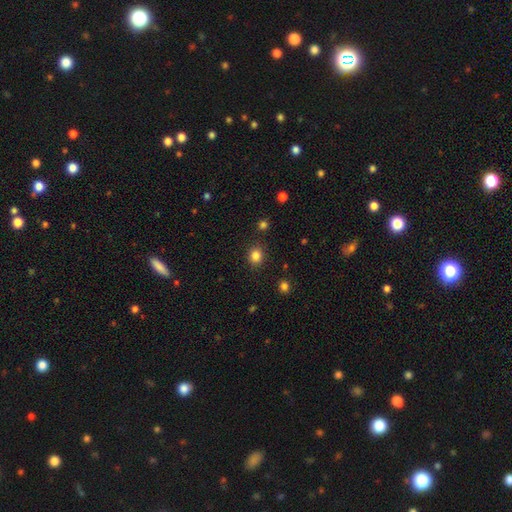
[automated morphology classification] smooth_or_featured: smooth (p=0.84) [alt: star or artifact p=0.12]
how_rounded: round (p=0.81) [alt: in between p=0.18]
merging: none (p=0.88) [alt: minor disturbance p=0.07]